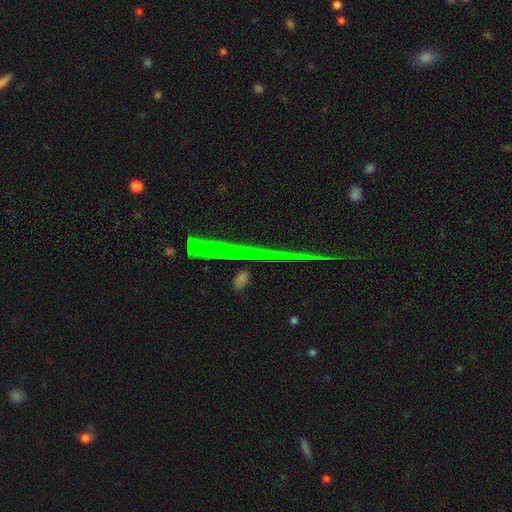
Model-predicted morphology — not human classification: type=featured or disk (48%); merging=none (83%).